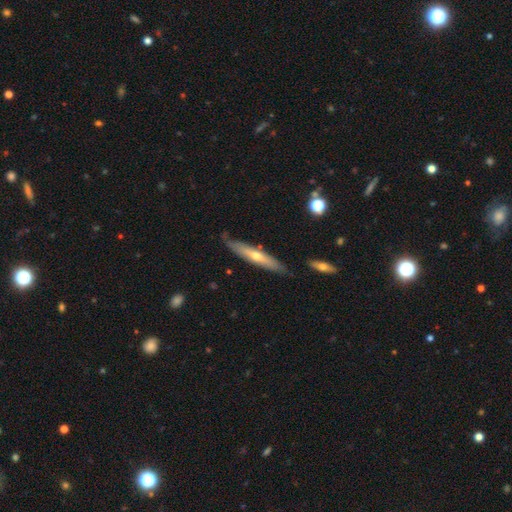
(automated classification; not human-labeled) A featured or disk galaxy (62%) viewed edge-on (85%) with a rounded central bulge (78%). Merging: none (82%).